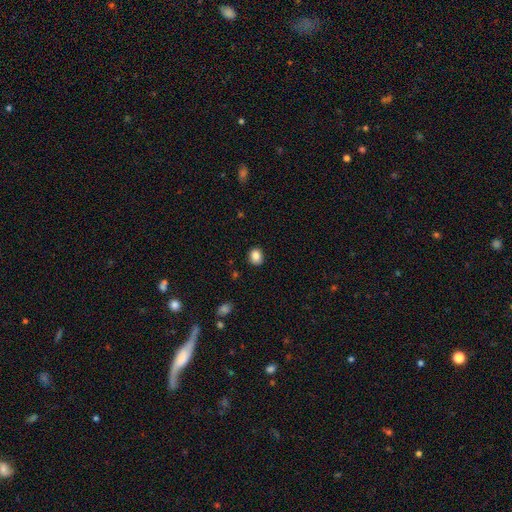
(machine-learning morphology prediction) Smooth or featured? smooth (85%)
How rounded? round (67%)
Merging? none (87%)